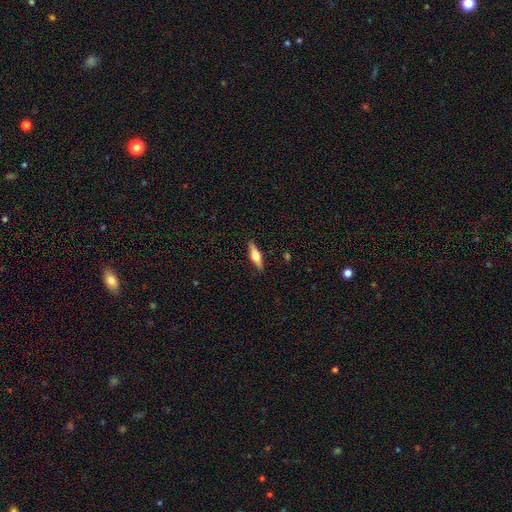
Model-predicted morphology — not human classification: Smooth or featured? featured or disk (60%)
Edge-on disk? yes (96%)
Edge-on bulge? rounded (94%)
Merging? none (89%)